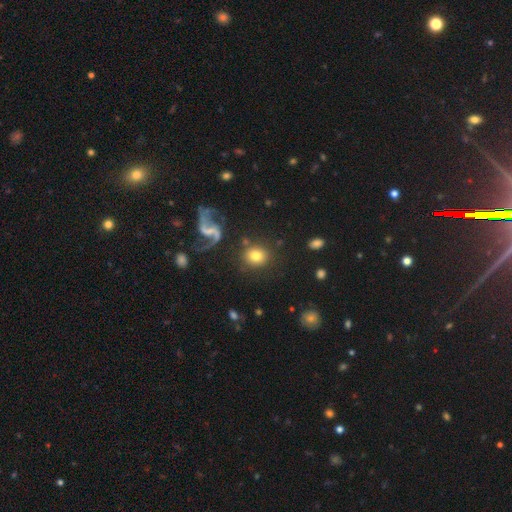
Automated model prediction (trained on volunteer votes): A smooth galaxy with no disk features (71%) that is round (83%).

Vote fractions:
- Smooth or featured? smooth: 71% / featured or disk: 19% / star or artifact: 10%
- How rounded? round: 83% / in between: 16% / cigar-shaped: 1%
- Merging? none: 79% / minor disturbance: 10% / merger: 6% / major disturbance: 5%